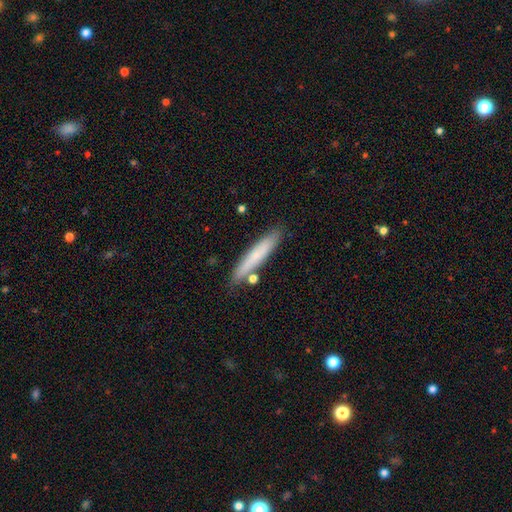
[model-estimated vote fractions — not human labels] smooth 68%, featured or disk 25%, star or artifact 7%. Down the decision tree: how rounded — cigar-shaped (92%); merging — none (82%).